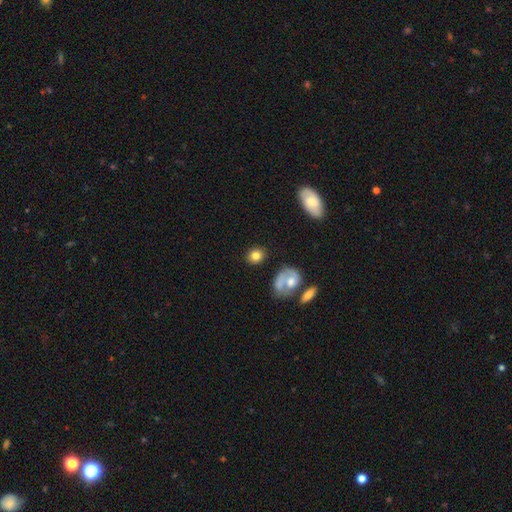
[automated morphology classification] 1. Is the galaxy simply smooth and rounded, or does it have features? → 80% smooth, 11% featured or disk, 9% star or artifact.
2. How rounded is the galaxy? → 64% round, 34% in between, 2% cigar-shaped.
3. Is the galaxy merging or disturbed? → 78% none, 12% minor disturbance, 5% merger, 5% major disturbance.